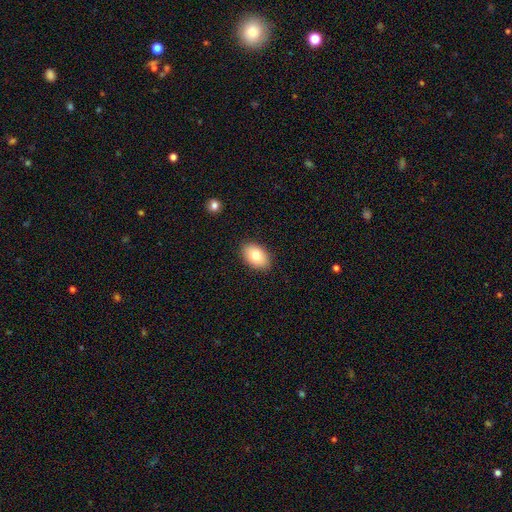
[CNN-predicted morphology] This is clearly a smooth galaxy (81%). How rounded: clearly in between (90%). Merging: clearly none (88%).